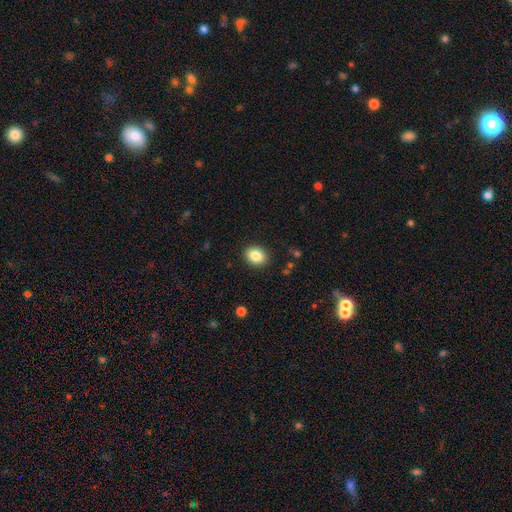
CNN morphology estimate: The model was most divided on "how rounded": in between: 57%, round: 43%, cigar-shaped: 1%. More confident: merging — none (89%); smooth or featured — smooth (85%).